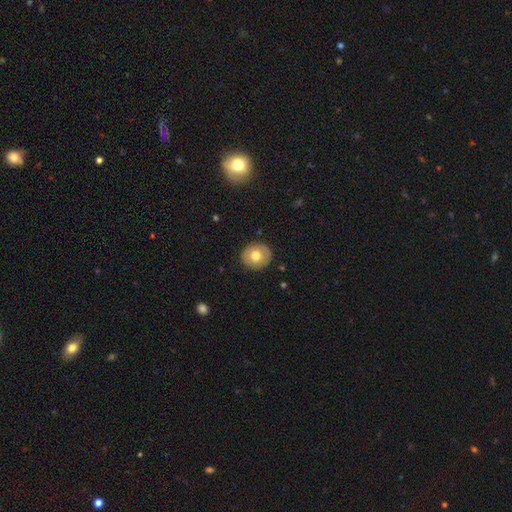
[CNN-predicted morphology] A smooth galaxy with no disk features (70%) that is round (84%).

Vote fractions:
- Smooth or featured? smooth: 70% / featured or disk: 23% / star or artifact: 8%
- How rounded? round: 84% / in between: 15% / cigar-shaped: 1%
- Merging? none: 89% / minor disturbance: 8% / major disturbance: 2% / merger: 1%